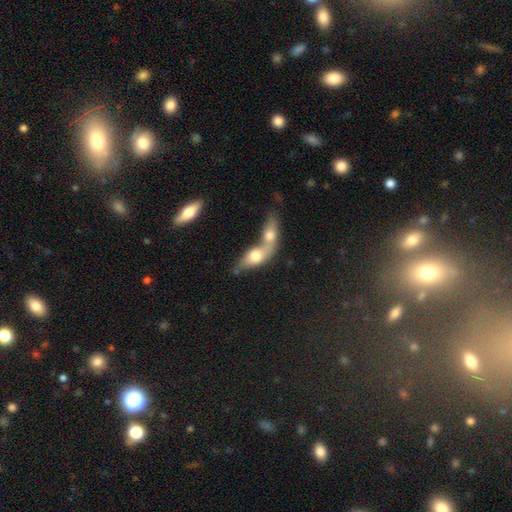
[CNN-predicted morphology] smooth-or-featured: smooth: 62% | featured or disk: 31% | star or artifact: 7%
  how-rounded: in between: 74% | cigar-shaped: 16% | round: 10%
  merging: merger: 77% | none: 14% | minor disturbance: 5% | major disturbance: 4%